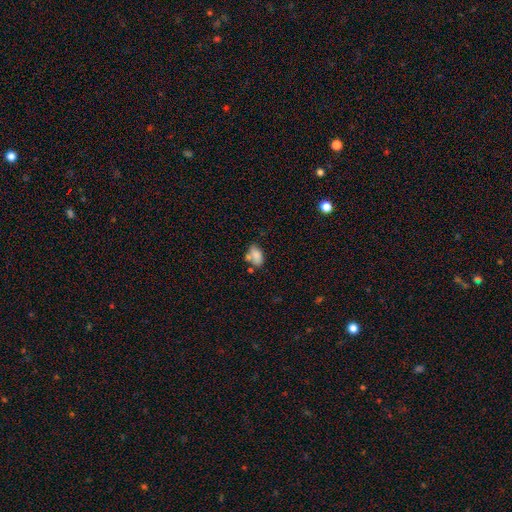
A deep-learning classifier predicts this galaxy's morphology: Smooth or featured? Predicted: smooth (p=0.77). How rounded? Predicted: in between (p=0.88). Merging? Predicted: none (p=0.43).